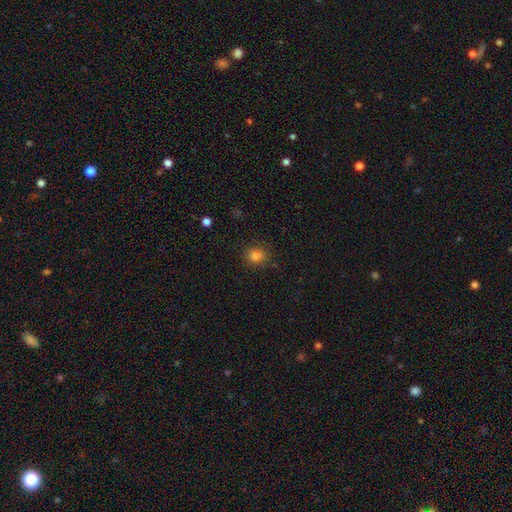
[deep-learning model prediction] Smooth or featured?
  - smooth: 83% *
  - star or artifact: 13%
  - featured or disk: 5%
How rounded?
  - round: 73% *
  - in between: 26%
  - cigar-shaped: 1%
Merging?
  - none: 85% *
  - minor disturbance: 10%
  - major disturbance: 3%
  - merger: 2%